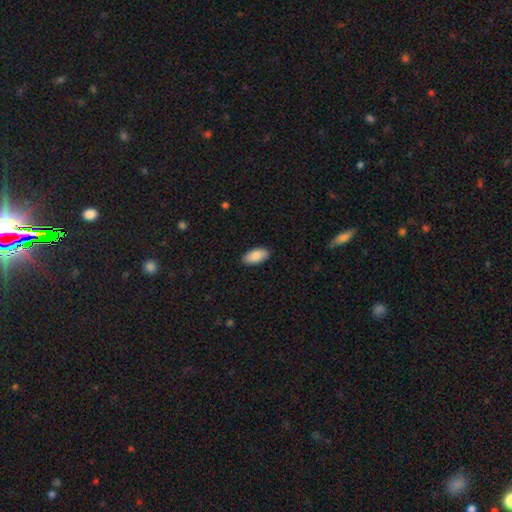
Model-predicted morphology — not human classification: The model was most divided on "merging": none: 89%, minor disturbance: 8%, major disturbance: 2%, merger: 1%. More confident: how rounded — in between (93%); smooth or featured — smooth (88%).